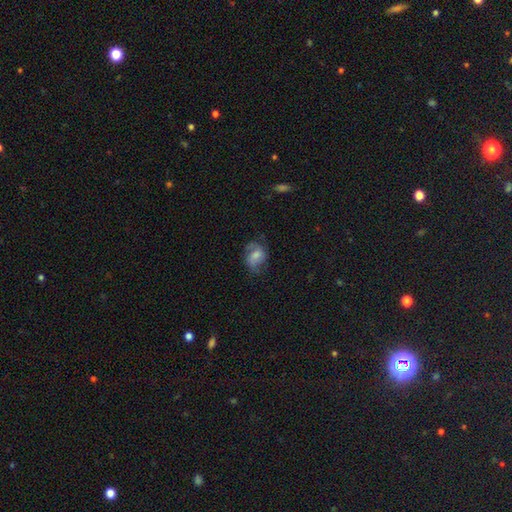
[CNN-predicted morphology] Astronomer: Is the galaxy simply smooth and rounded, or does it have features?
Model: featured or disk — 48% (runner-up: smooth, 44%).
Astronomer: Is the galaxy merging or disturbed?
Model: none — 55%.